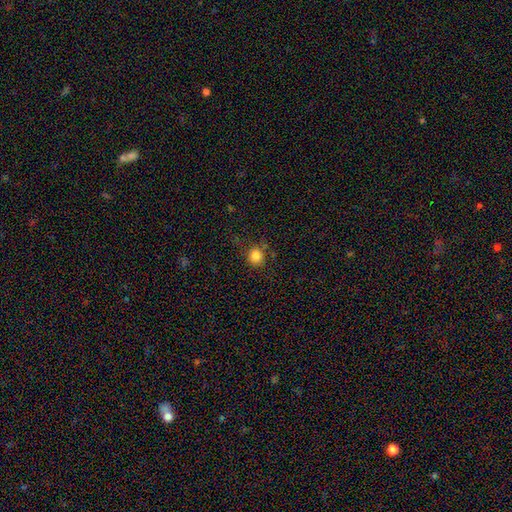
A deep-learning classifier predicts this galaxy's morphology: Smooth or featured?
  - smooth: 83% *
  - star or artifact: 12%
  - featured or disk: 5%
How rounded?
  - round: 89% *
  - in between: 10%
  - cigar-shaped: 1%
Merging?
  - none: 79% *
  - minor disturbance: 13%
  - major disturbance: 4%
  - merger: 4%